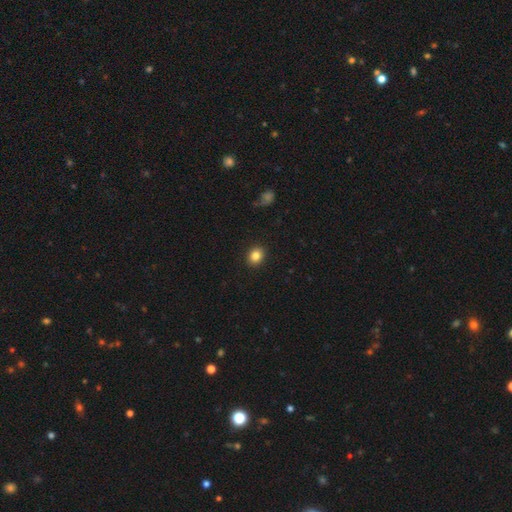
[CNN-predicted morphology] This is clearly a smooth galaxy (85%). How rounded: likely round (60%). Merging: clearly none (91%).